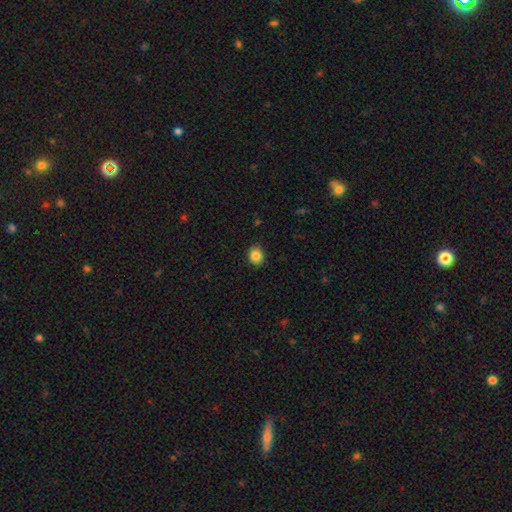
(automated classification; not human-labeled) smooth 86%, star or artifact 10%, featured or disk 5%. Down the decision tree: how rounded — round (74%); merging — none (87%).